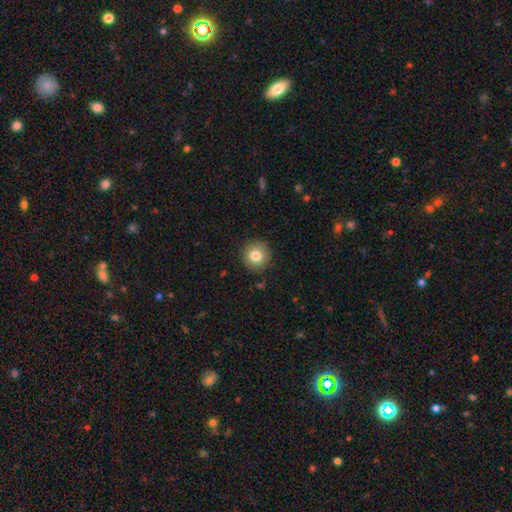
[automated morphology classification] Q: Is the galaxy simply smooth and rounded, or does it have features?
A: smooth — 81%.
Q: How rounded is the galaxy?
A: round — 94%.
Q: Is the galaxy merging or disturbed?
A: none — 91%.